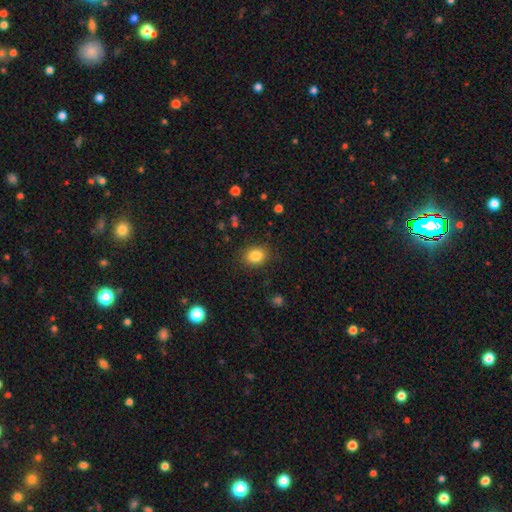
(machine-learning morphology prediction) Q: Smooth or featured?
A: smooth (84%); runner-up: star or artifact (10%)
Q: How rounded?
A: in between (54%); runner-up: round (45%)
Q: Merging?
A: none (86%); runner-up: minor disturbance (10%)